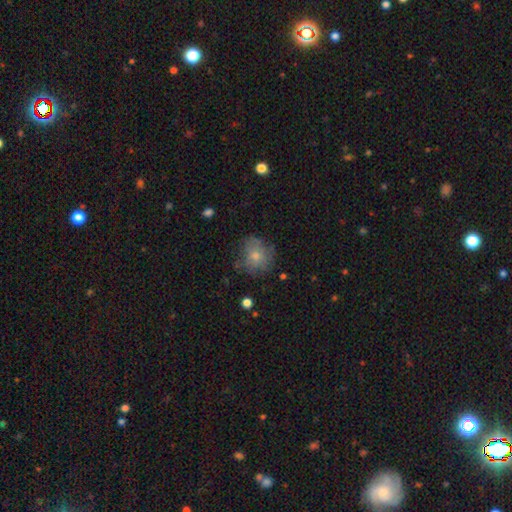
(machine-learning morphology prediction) A smooth galaxy with no disk features (60%) that is round (81%).

Vote fractions:
- Smooth or featured? smooth: 60% / featured or disk: 26% / star or artifact: 14%
- How rounded? round: 81% / in between: 17% / cigar-shaped: 1%
- Merging? none: 69% / minor disturbance: 21% / major disturbance: 8% / merger: 2%